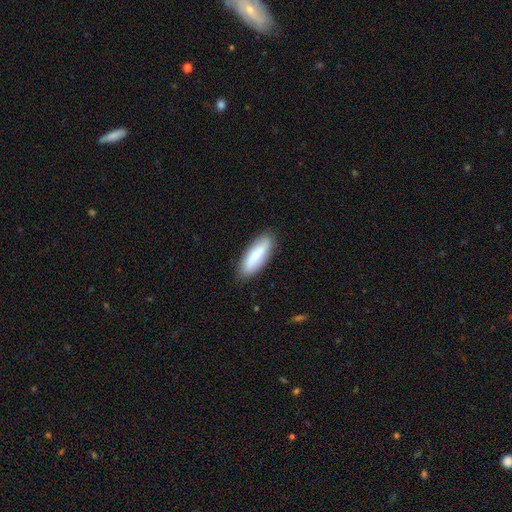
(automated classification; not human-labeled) Smooth or featured?
  - smooth: 74% *
  - featured or disk: 20%
  - star or artifact: 6%
How rounded?
  - in between: 57% *
  - cigar-shaped: 41%
  - round: 2%
Merging?
  - none: 85% *
  - minor disturbance: 11%
  - major disturbance: 2%
  - merger: 1%